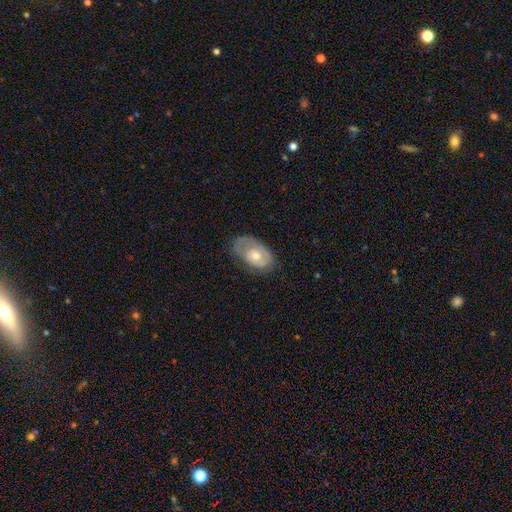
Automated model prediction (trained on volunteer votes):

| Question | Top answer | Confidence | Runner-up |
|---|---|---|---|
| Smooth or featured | featured or disk | 54% | smooth (40%) |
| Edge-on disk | no | 93% | yes (7%) |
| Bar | no | 84% | weak (14%) |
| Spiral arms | yes | 54% | no (46%) |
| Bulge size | moderate | 65% | small (25%) |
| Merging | none | 59% | minor disturbance (26%) |